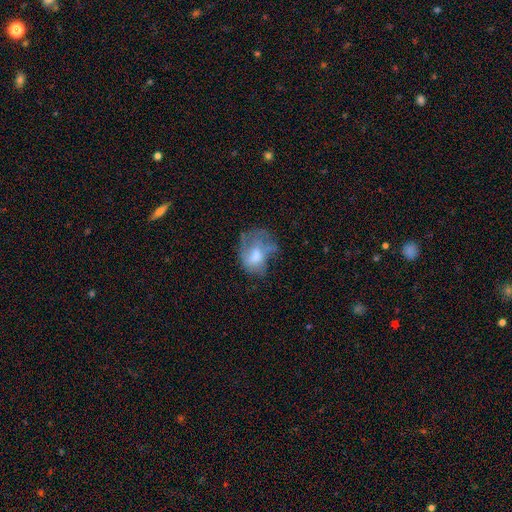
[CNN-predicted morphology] Overall: smooth (49%; featured or disk 40%). Merging: major disturbance (35%; none 34%).